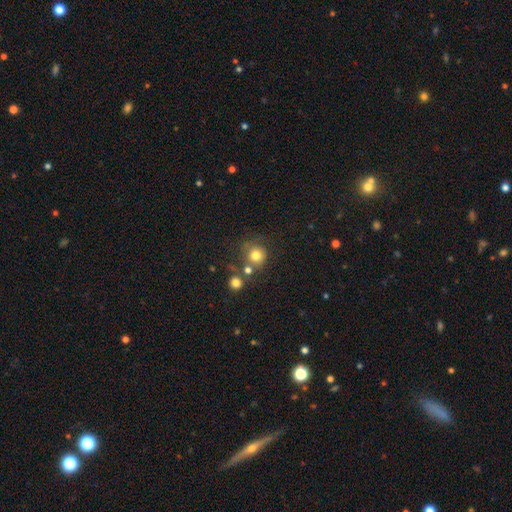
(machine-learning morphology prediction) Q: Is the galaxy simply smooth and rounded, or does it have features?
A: smooth — 76%.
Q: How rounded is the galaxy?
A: round — 87%.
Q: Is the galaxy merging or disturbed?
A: none — 59%.